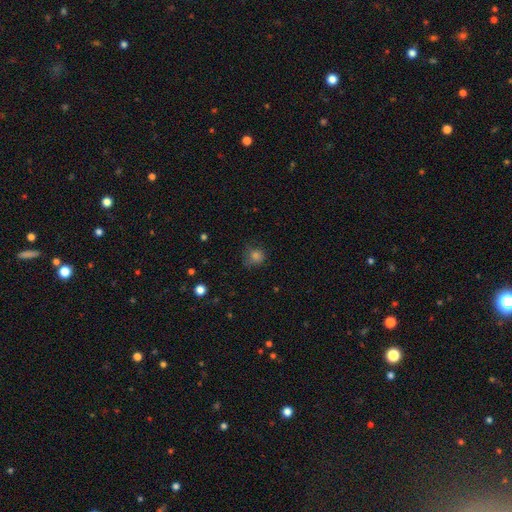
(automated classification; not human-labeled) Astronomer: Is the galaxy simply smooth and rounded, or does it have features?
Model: smooth — 77%.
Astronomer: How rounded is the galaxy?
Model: round — 82%.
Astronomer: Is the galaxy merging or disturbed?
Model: none — 66%.